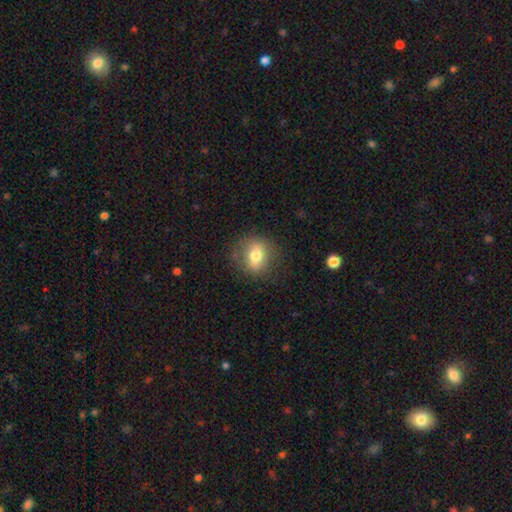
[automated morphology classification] Smooth or featured?
  - smooth: 69% *
  - featured or disk: 22%
  - star or artifact: 9%
How rounded?
  - round: 64% *
  - in between: 34%
  - cigar-shaped: 1%
Merging?
  - none: 80% *
  - minor disturbance: 14%
  - major disturbance: 5%
  - merger: 1%